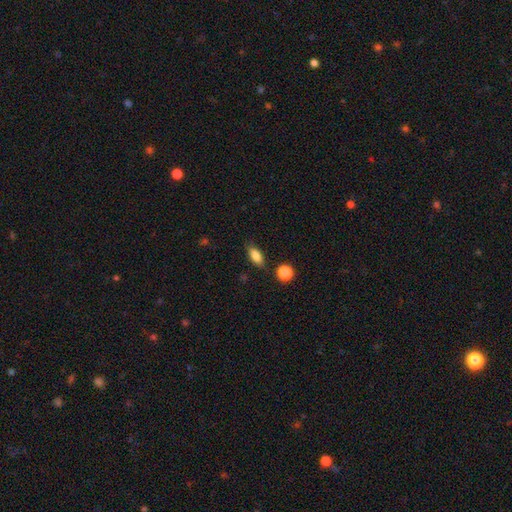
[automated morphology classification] smooth 84%, star or artifact 9%, featured or disk 7%. Down the decision tree: how rounded — in between (83%); merging — none (82%).